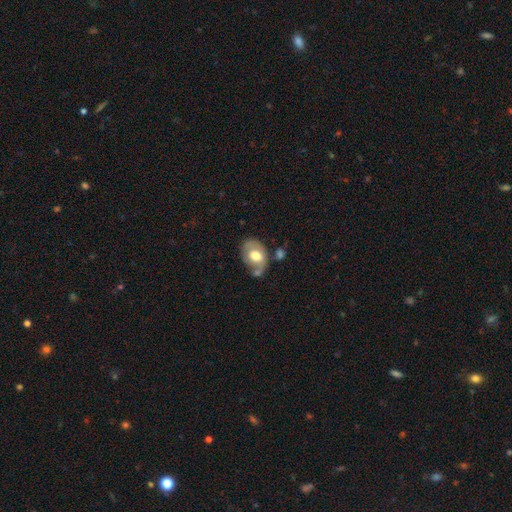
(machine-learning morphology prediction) Smooth or featured? smooth (57%)
How rounded? in between (73%)
Merging? none (43%)